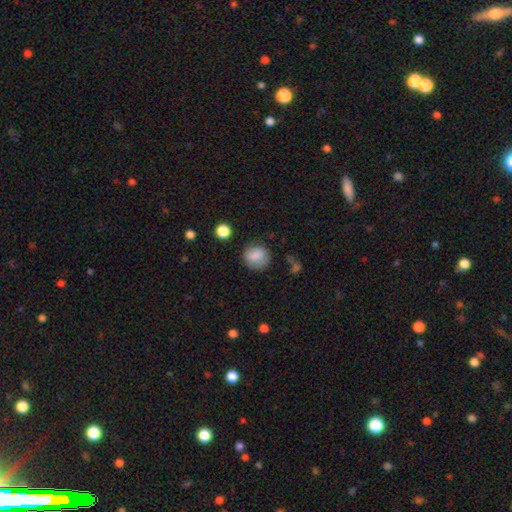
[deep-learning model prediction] A smooth galaxy with no disk features (83%) that is round (82%).

Vote fractions:
- Smooth or featured? smooth: 83% / star or artifact: 9% / featured or disk: 8%
- How rounded? round: 82% / in between: 16% / cigar-shaped: 1%
- Merging? none: 76% / minor disturbance: 16% / major disturbance: 5% / merger: 2%